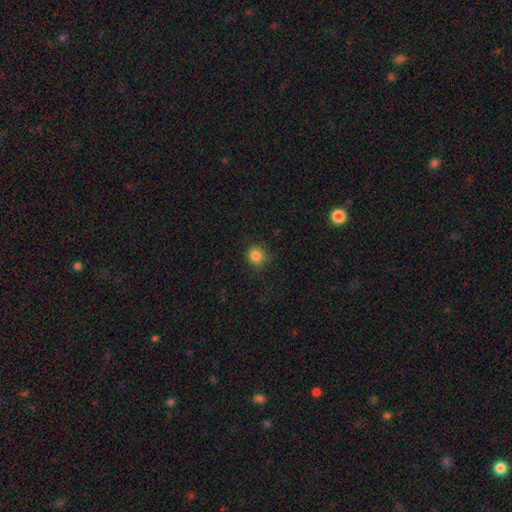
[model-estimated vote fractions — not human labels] smooth-or-featured: smooth: 85% | star or artifact: 11% | featured or disk: 4%
  how-rounded: round: 92% | in between: 7% | cigar-shaped: 1%
  merging: none: 90% | minor disturbance: 7% | major disturbance: 2% | merger: 1%